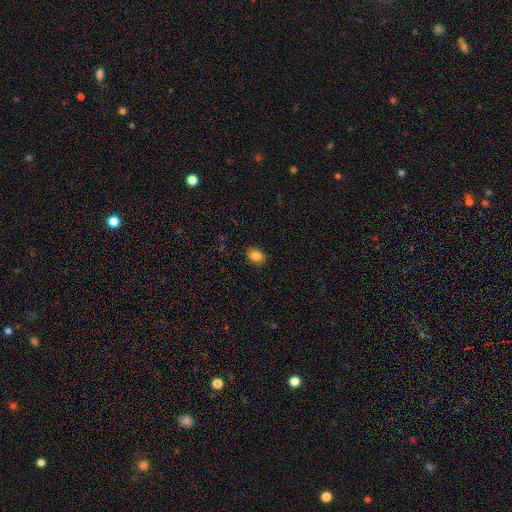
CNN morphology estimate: smooth-or-featured: smooth: 85% | star or artifact: 9% | featured or disk: 6%
  how-rounded: in between: 73% | round: 26% | cigar-shaped: 1%
  merging: none: 88% | minor disturbance: 9% | major disturbance: 2% | merger: 1%